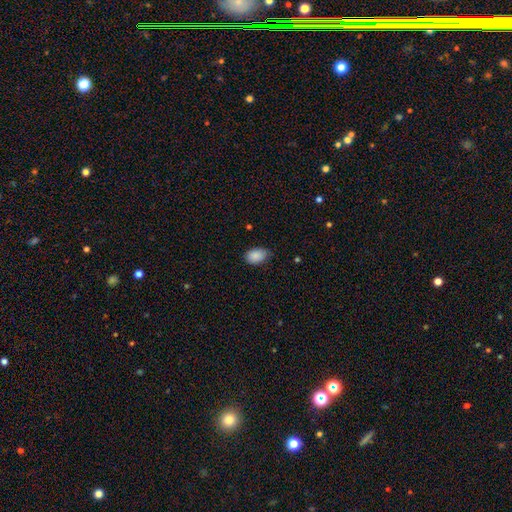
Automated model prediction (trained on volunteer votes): smooth 89%, star or artifact 7%, featured or disk 4%. Down the decision tree: how rounded — in between (86%); merging — none (73%).